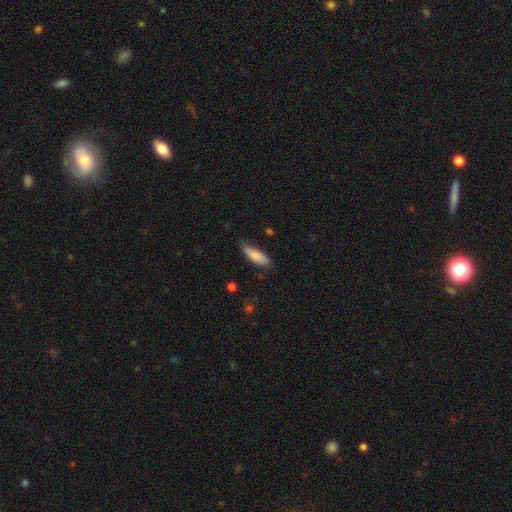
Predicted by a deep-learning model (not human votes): Smooth or featured?
  - smooth: 83% *
  - featured or disk: 11%
  - star or artifact: 6%
How rounded?
  - in between: 57% *
  - cigar-shaped: 42%
  - round: 2%
Merging?
  - none: 67% *
  - minor disturbance: 27%
  - major disturbance: 4%
  - merger: 2%